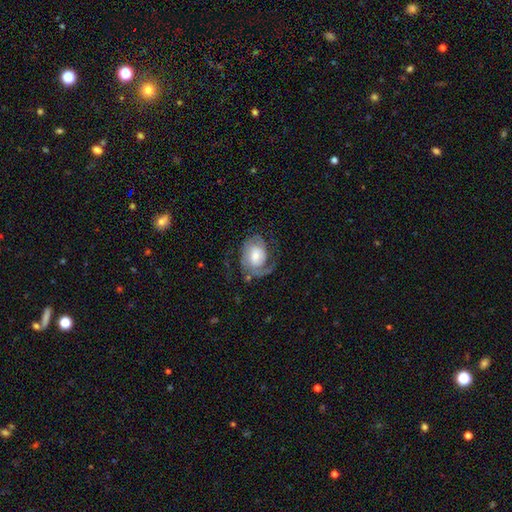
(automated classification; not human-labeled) Smooth or featured? Predicted: featured or disk (p=0.69). Edge-on disk? Predicted: no (p=0.97). Bar? Predicted: no (p=0.61). Spiral arms? Predicted: yes (p=0.90). Spiral winding? Predicted: medium (p=0.40). Spiral arm count? Predicted: 2 (p=0.52). Bulge size? Predicted: moderate (p=0.45). Merging? Predicted: none (p=0.51).